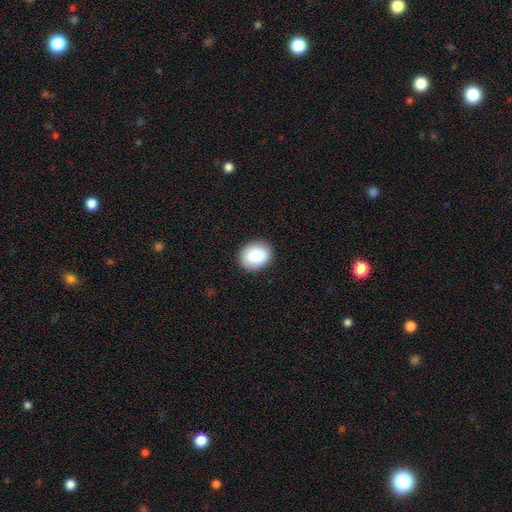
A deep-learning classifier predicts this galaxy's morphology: type=smooth (89%); roundness=round (53%); merging=none (88%).